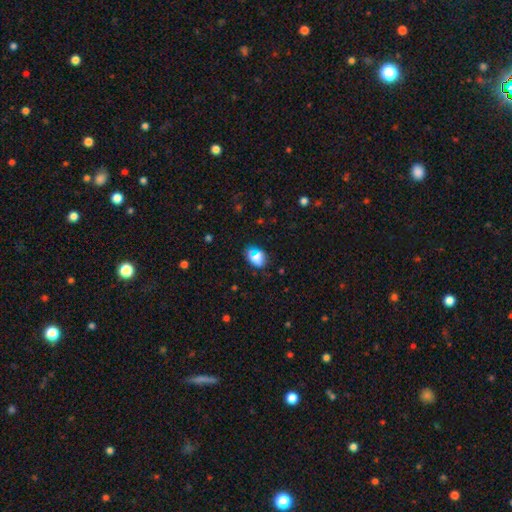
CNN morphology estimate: This is likely a smooth galaxy (67%). How rounded: likely in between (63%). Merging: likely none (71%).